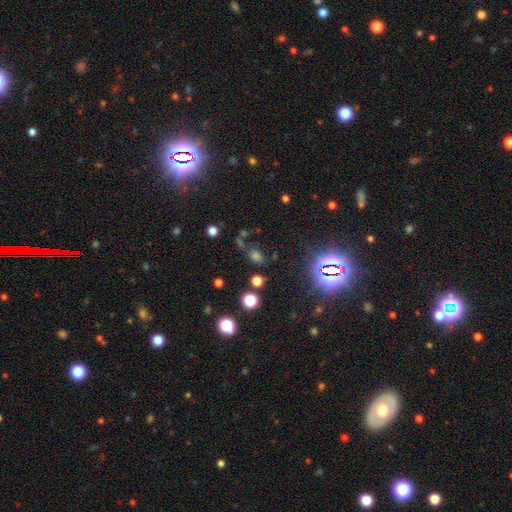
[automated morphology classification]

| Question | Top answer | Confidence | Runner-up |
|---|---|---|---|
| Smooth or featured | smooth | 49% | star or artifact (42%) |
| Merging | none | 65% | minor disturbance (15%) |